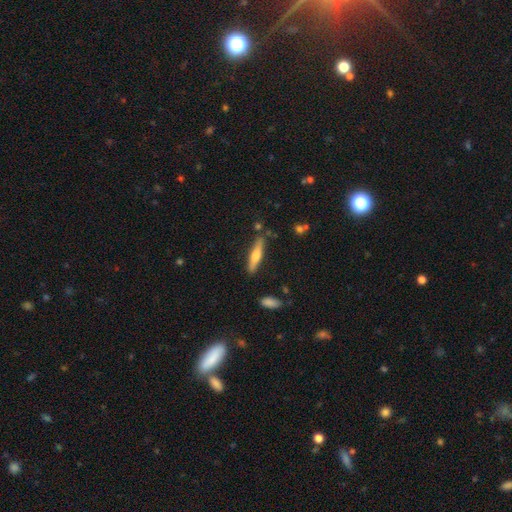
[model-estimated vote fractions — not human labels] Smooth or featured? smooth (56%)
How rounded? cigar-shaped (82%)
Merging? none (82%)